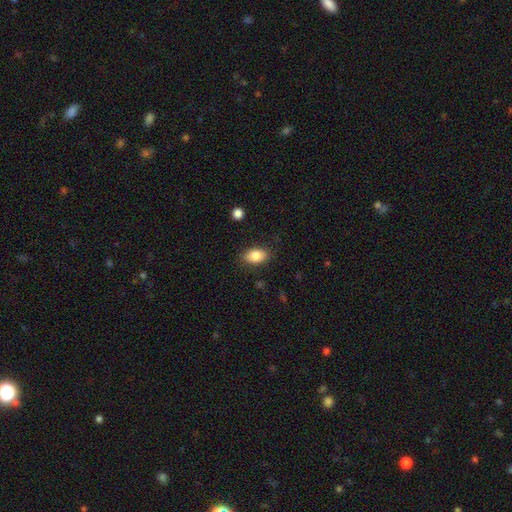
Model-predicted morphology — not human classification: smooth_or_featured: smooth (p=0.85) [alt: star or artifact p=0.08]
how_rounded: in between (p=0.89) [alt: round p=0.10]
merging: none (p=0.85) [alt: minor disturbance p=0.11]